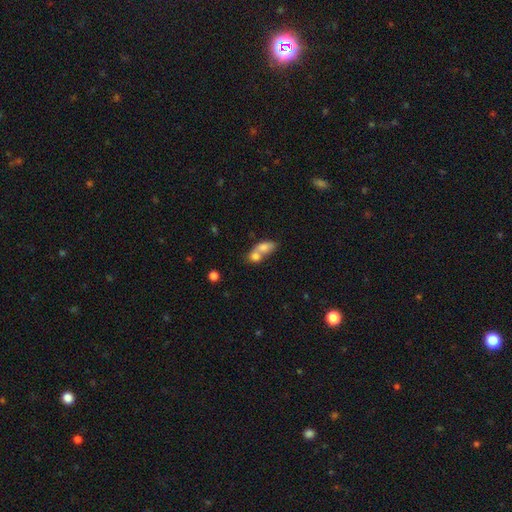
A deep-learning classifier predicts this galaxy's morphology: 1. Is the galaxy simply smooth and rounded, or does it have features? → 75% smooth, 17% featured or disk, 8% star or artifact.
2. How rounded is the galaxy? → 67% in between, 27% round, 6% cigar-shaped.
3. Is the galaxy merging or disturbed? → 72% merger, 18% none, 6% minor disturbance, 4% major disturbance.